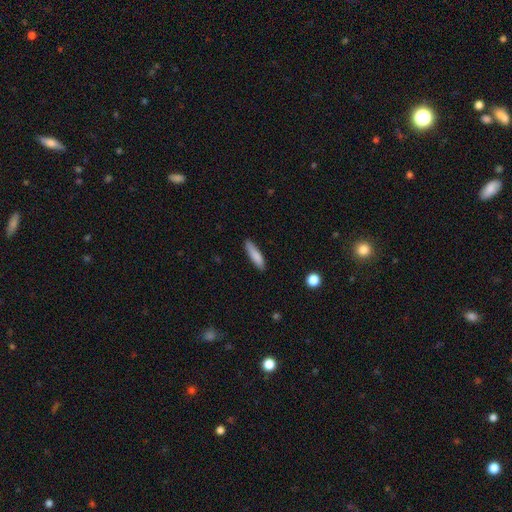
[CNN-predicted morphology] type=smooth (84%); roundness=cigar-shaped (78%); merging=none (83%).